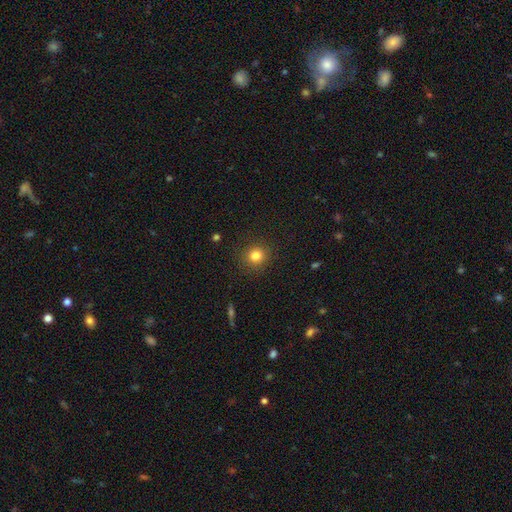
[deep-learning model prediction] Smooth or featured? smooth (82%)
How rounded? round (90%)
Merging? none (90%)